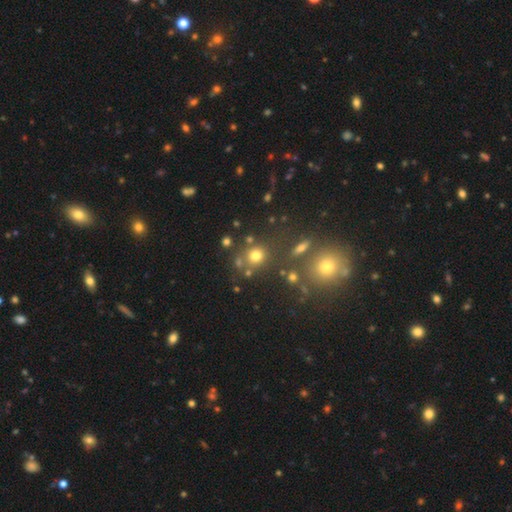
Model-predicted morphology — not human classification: The model was most divided on "smooth or featured": smooth: 71%, star or artifact: 19%, featured or disk: 10%. More confident: how rounded — round (85%); merging — none (72%).